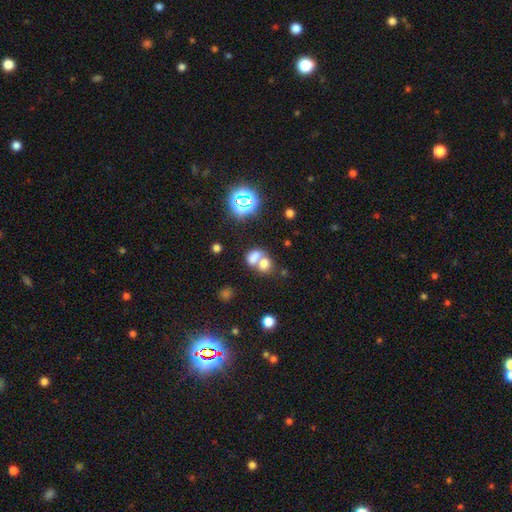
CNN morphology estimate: Q: Smooth or featured?
A: smooth (68%); runner-up: star or artifact (18%)
Q: How rounded?
A: in between (59%); runner-up: round (40%)
Q: Merging?
A: merger (63%); runner-up: none (26%)